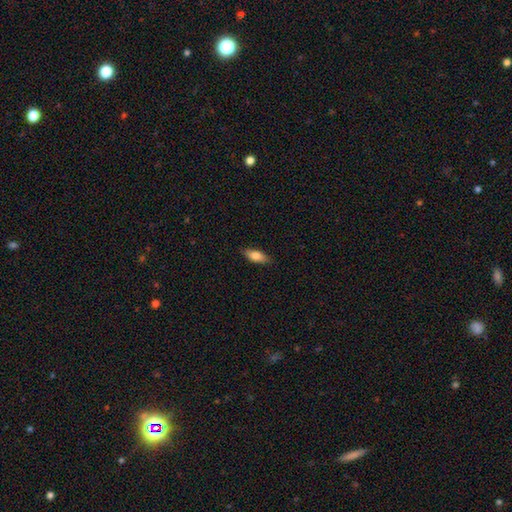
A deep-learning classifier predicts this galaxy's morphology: The model was most divided on "how rounded": in between: 79%, cigar-shaped: 18%, round: 3%. More confident: merging — none (85%); smooth or featured — smooth (80%).